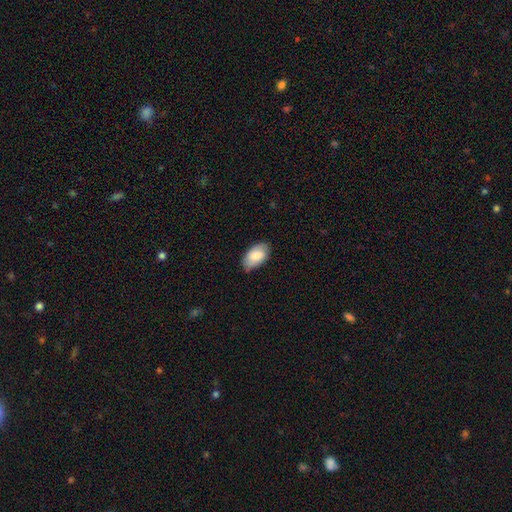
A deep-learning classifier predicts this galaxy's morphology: Smooth or featured? smooth (80%)
How rounded? in between (95%)
Merging? none (77%)